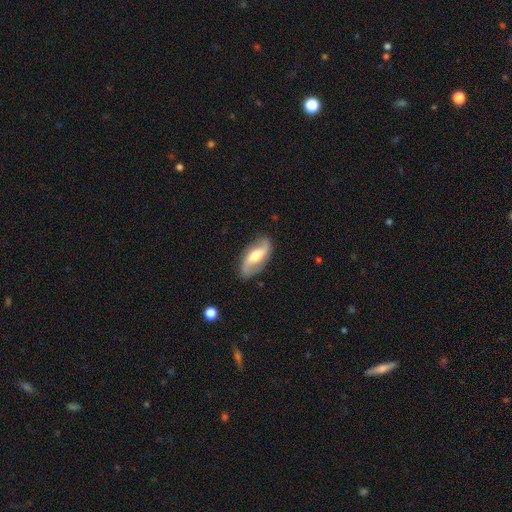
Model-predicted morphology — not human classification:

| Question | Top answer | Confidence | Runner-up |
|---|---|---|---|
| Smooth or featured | featured or disk | 77% | smooth (18%) |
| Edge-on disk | no | 92% | yes (8%) |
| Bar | weak | 41% | no (31%) |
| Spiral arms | yes | 92% | no (8%) |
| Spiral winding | loose | 62% | medium (28%) |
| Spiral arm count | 2 | 91% | can't tell (3%) |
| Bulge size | moderate | 63% | small (17%) |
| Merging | none | 83% | minor disturbance (12%) |